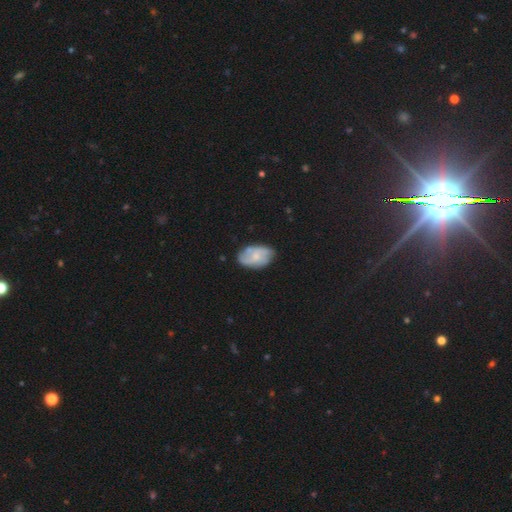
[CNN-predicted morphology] Overall: featured or disk (52%; smooth 41%). Edge-on disk: no (96%). Bar: no (64%; weak 31%). Spiral arms: yes (74%). Bulge size: small (46%; moderate 33%). Merging: none (66%).